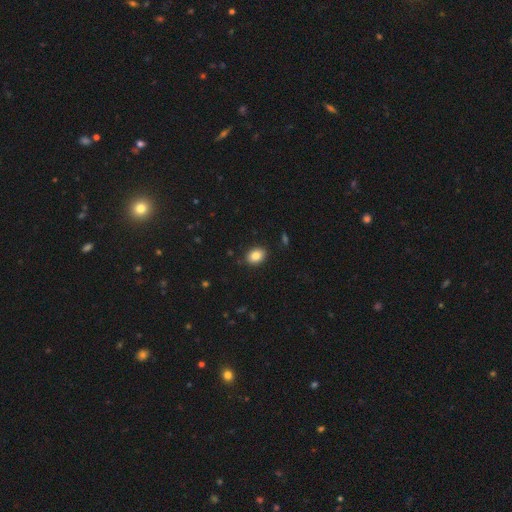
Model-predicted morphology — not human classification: The model was most divided on "how rounded": in between: 67%, round: 32%, cigar-shaped: 1%. More confident: merging — none (89%); smooth or featured — smooth (85%).